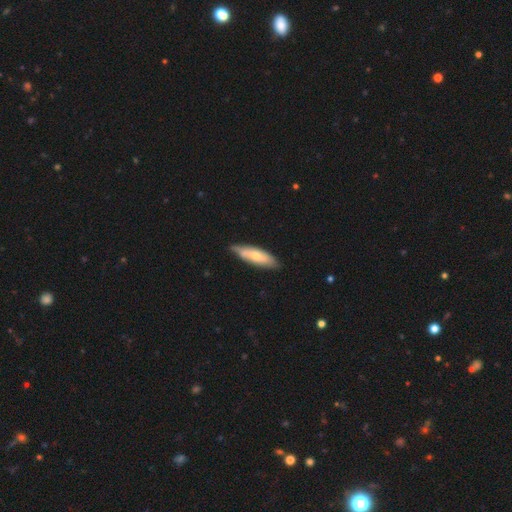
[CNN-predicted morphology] The model was most divided on "how rounded" (2-way tie): cigar-shaped: 49%, in between: 49%, round: 2%. More confident: merging — none (68%); smooth or featured — smooth (54%).